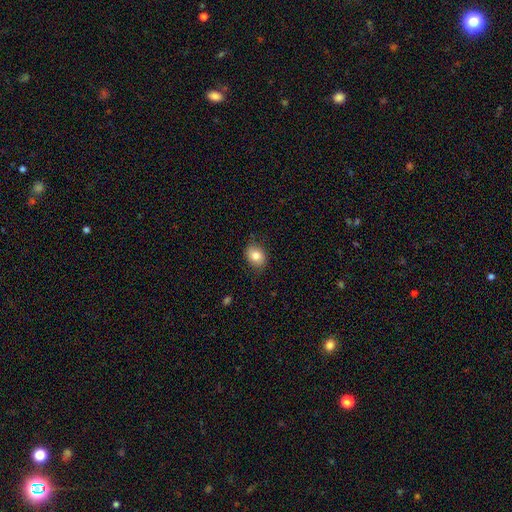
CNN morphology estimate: Smooth or featured? smooth (82%)
How rounded? in between (62%)
Merging? none (78%)